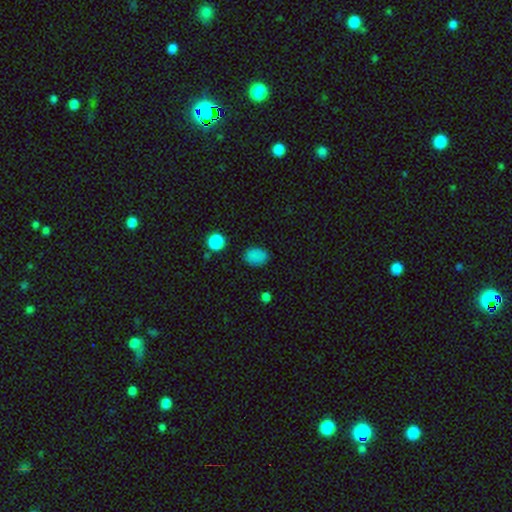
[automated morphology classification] smooth_or_featured: smooth (p=0.83) [alt: star or artifact p=0.13]
how_rounded: in between (p=0.69) [alt: round p=0.30]
merging: none (p=0.81) [alt: minor disturbance p=0.13]